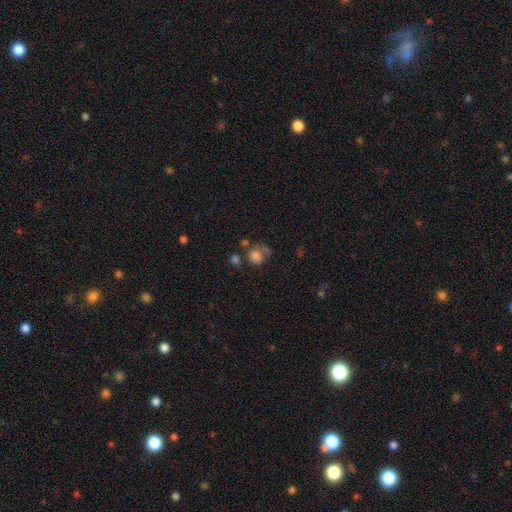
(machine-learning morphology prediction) Smooth or featured? Predicted: smooth (p=0.74). How rounded? Predicted: round (p=0.72). Merging? Predicted: none (p=0.38).